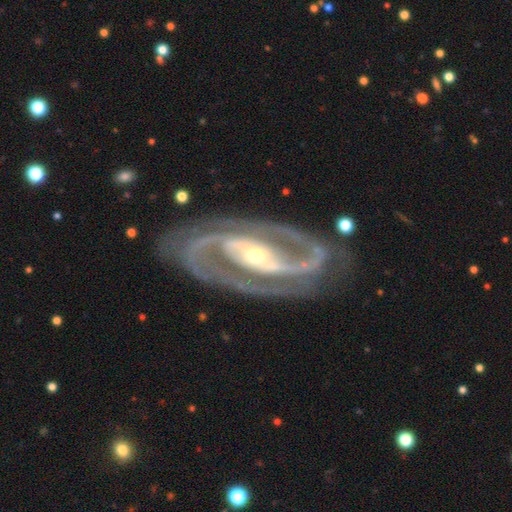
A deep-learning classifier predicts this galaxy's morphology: This is clearly a featured or disk galaxy (92%). It is clearly not viewed edge-on (96%). Bar: marginally strong (44%). Spiral arm pattern: clearly yes (95%). Spiral arm count: clearly 2 (88%). Spiral winding: possibly medium (47%). Central bulge: possibly moderate (51%). Merging: likely none (74%).